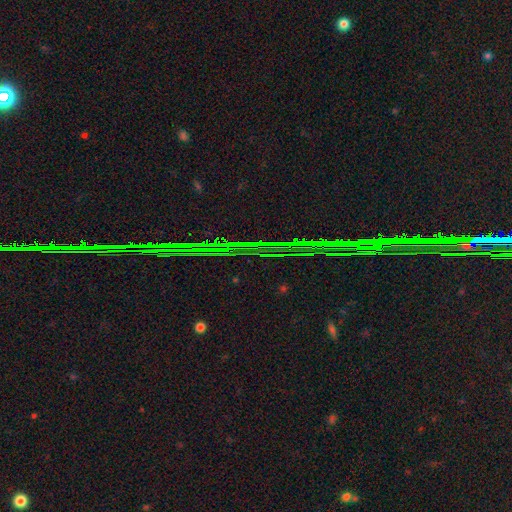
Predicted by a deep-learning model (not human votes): The model was most divided on "smooth or featured": star or artifact: 81%, smooth: 10%, featured or disk: 9%.